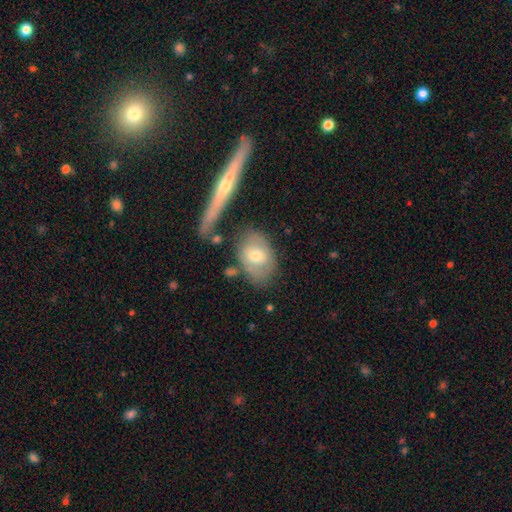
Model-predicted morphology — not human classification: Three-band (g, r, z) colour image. It shows a smooth galaxy with no disk features (53%) that is in between round and cigar-shaped (78%). Merging: none (67%).